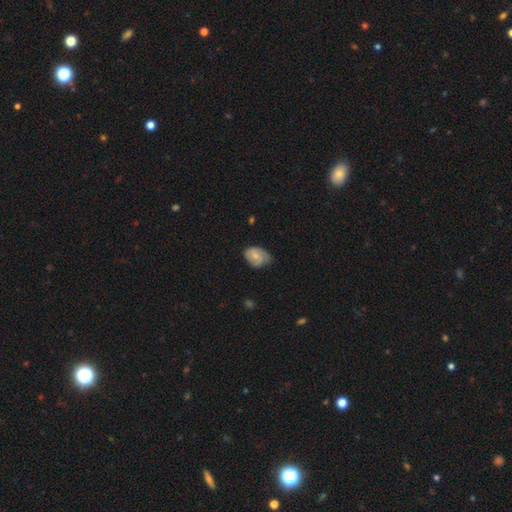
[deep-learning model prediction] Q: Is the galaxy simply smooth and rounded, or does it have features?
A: smooth — 59%.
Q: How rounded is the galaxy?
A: in between — 76%.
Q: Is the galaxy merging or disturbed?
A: minor disturbance — 43%, tied with none.